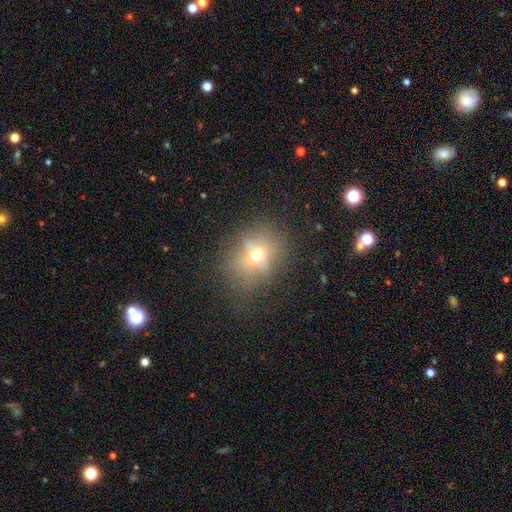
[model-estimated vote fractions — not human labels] Morphology: type=smooth (54%); roundness=round (67%); merging=none (65%).